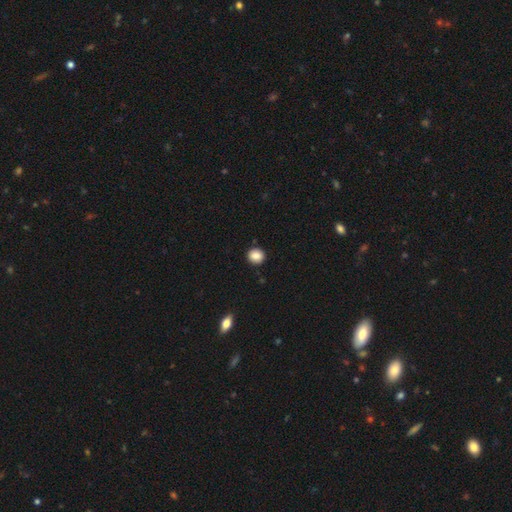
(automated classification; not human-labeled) Smooth or featured?
  - smooth: 86% *
  - star or artifact: 9%
  - featured or disk: 5%
How rounded?
  - round: 87% *
  - in between: 12%
  - cigar-shaped: 1%
Merging?
  - none: 91% *
  - minor disturbance: 6%
  - major disturbance: 2%
  - merger: 1%